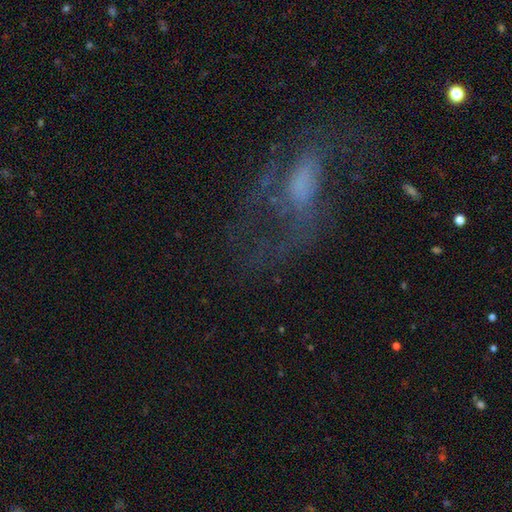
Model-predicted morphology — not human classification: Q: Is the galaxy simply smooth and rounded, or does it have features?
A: featured or disk — 61%.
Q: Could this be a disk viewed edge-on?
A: no — 93%.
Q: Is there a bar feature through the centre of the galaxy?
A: no — 56%.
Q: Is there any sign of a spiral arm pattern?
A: yes — 64%.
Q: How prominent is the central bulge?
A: none — 31%.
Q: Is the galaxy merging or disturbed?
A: none — 45%.